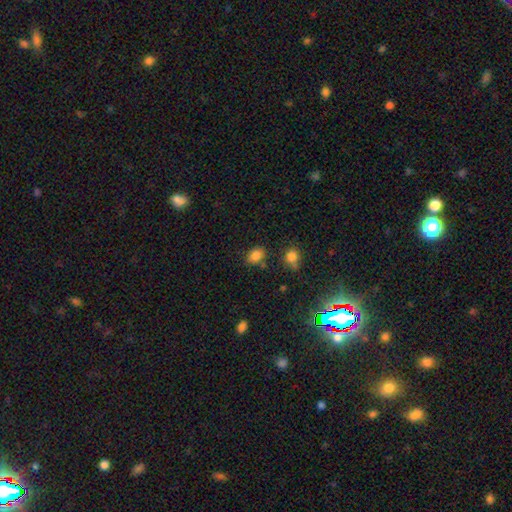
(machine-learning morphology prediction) Smooth or featured?
  - smooth: 83% *
  - star or artifact: 12%
  - featured or disk: 5%
How rounded?
  - in between: 70% *
  - round: 29%
  - cigar-shaped: 1%
Merging?
  - none: 76% *
  - minor disturbance: 14%
  - merger: 6%
  - major disturbance: 4%